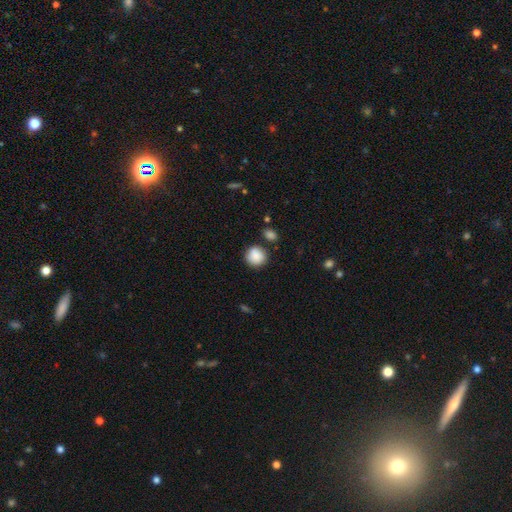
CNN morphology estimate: This is clearly a smooth galaxy (88%). How rounded: clearly round (88%). Merging: likely none (79%).